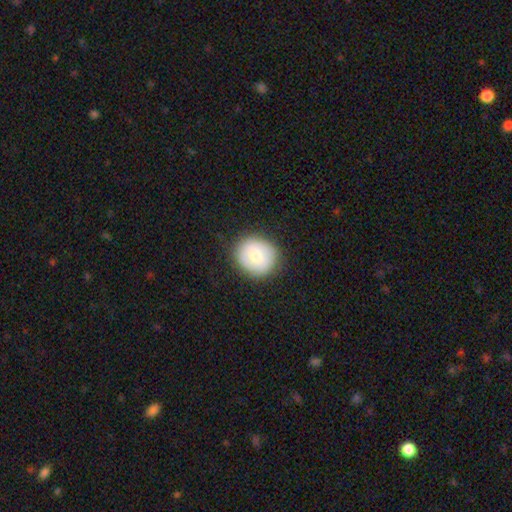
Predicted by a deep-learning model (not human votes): A smooth galaxy with no disk features (72%) that is round (87%).

Vote fractions:
- Smooth or featured? smooth: 72% / featured or disk: 20% / star or artifact: 8%
- How rounded? round: 87% / in between: 12% / cigar-shaped: 1%
- Merging? none: 85% / minor disturbance: 11% / major disturbance: 3% / merger: 1%